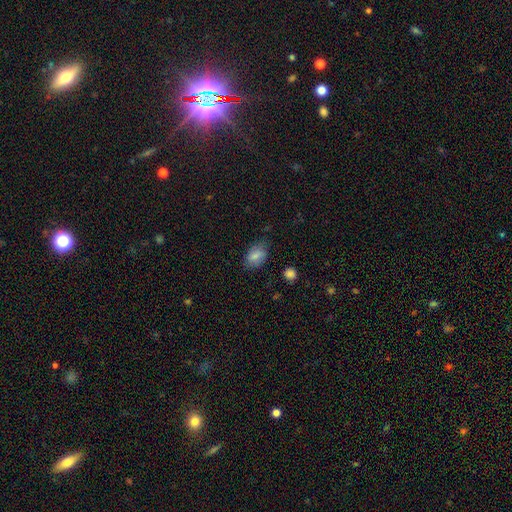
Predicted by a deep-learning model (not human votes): A smooth galaxy with no disk features (78%) that is in between round and cigar-shaped (86%). Merging: none (71%).